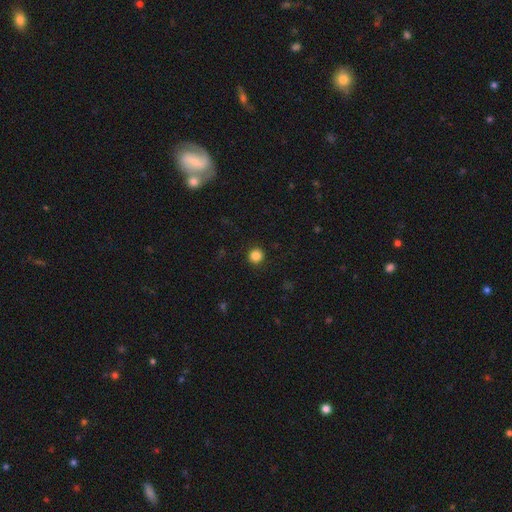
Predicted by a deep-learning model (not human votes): smooth_or_featured: smooth (p=0.86) [alt: star or artifact p=0.11]
how_rounded: round (p=0.94) [alt: in between p=0.05]
merging: none (p=0.92) [alt: minor disturbance p=0.05]